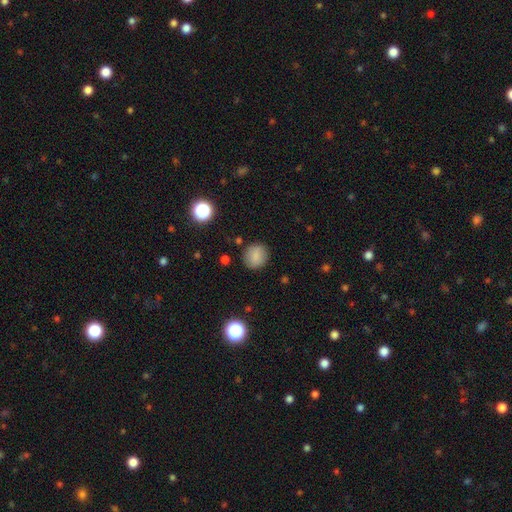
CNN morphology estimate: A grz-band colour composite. It shows a smooth galaxy with no disk features (83%) that is round (83%). Merging: none (86%).